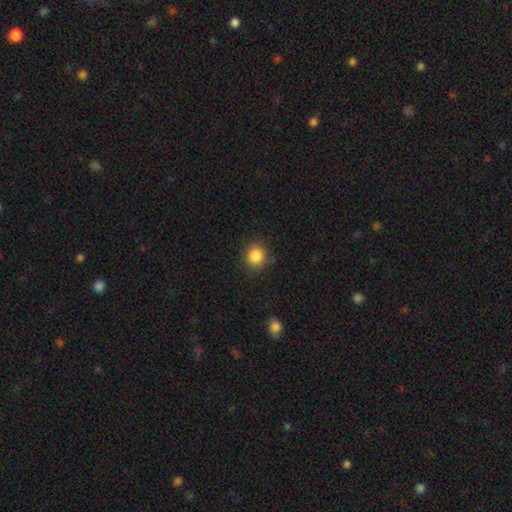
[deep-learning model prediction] Morphology: type=smooth (85%); roundness=round (87%); merging=none (87%).